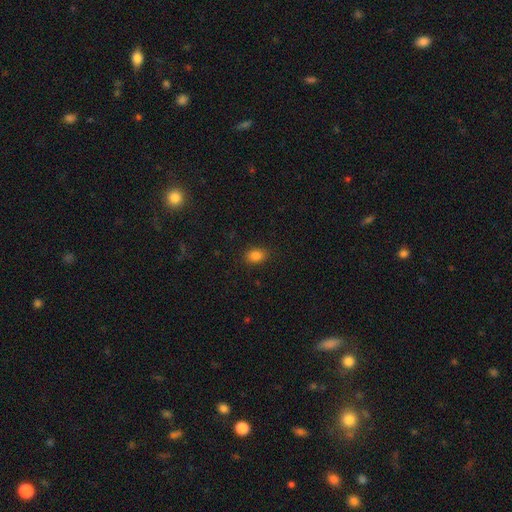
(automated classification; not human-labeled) Q: Smooth or featured?
A: smooth (85%); runner-up: star or artifact (11%)
Q: How rounded?
A: in between (77%); runner-up: round (22%)
Q: Merging?
A: none (86%); runner-up: minor disturbance (10%)